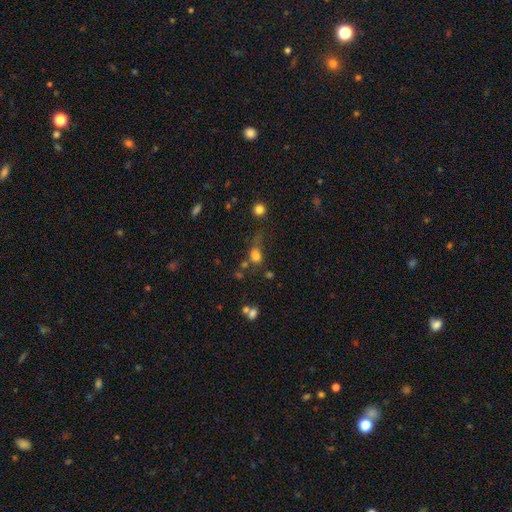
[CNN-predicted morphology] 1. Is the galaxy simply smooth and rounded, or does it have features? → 74% smooth, 16% star or artifact, 10% featured or disk.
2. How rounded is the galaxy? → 52% in between, 44% round, 4% cigar-shaped.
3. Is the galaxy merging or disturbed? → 37% none, 25% major disturbance, 23% minor disturbance, 15% merger.